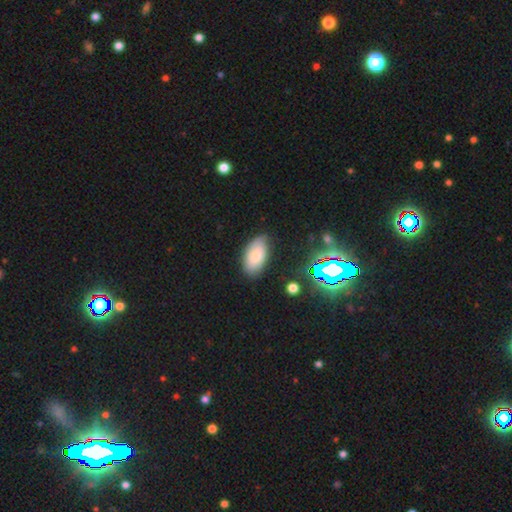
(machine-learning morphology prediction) smooth_or_featured: smooth (p=0.79) [alt: featured or disk p=0.11]
how_rounded: in between (p=0.95) [alt: round p=0.03]
merging: none (p=0.78) [alt: minor disturbance p=0.17]